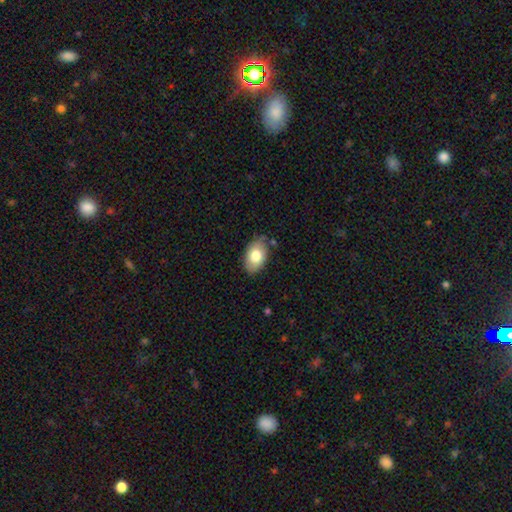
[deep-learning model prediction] This is likely a smooth galaxy (78%). How rounded: clearly in between (90%). Merging: likely none (78%).